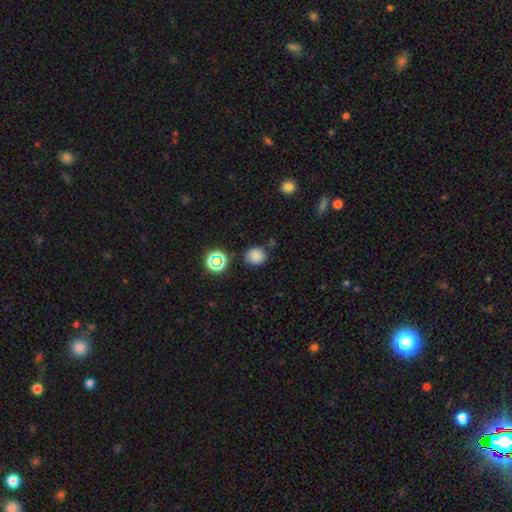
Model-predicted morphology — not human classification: Smooth or featured?
  - smooth: 79% *
  - star or artifact: 16%
  - featured or disk: 5%
How rounded?
  - round: 84% *
  - in between: 15%
  - cigar-shaped: 1%
Merging?
  - none: 78% *
  - minor disturbance: 13%
  - merger: 5%
  - major disturbance: 4%